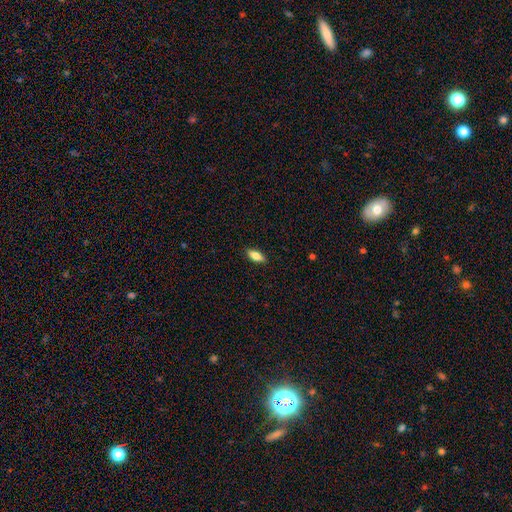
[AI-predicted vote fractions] This appears to be a smooth galaxy with no disk features (76%) that is in between round and cigar-shaped (79%). Merging: none (89%).